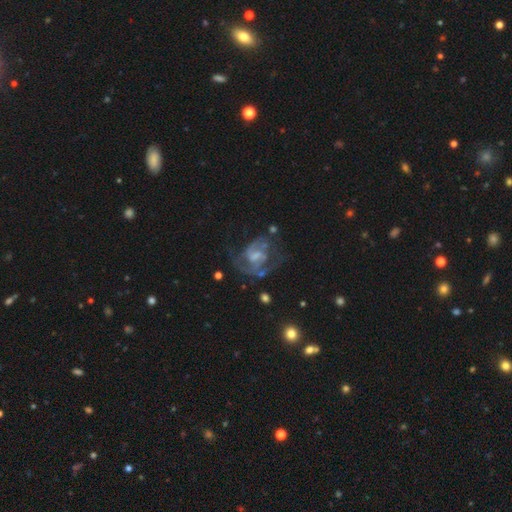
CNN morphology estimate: A featured or disk galaxy (80%) with a weak bar (48%), 2 (59%) medium (50%) spiral arms (86%) and a small central bulge (34%).

Vote fractions:
- Smooth or featured? featured or disk: 80% / smooth: 11% / star or artifact: 9%
- Edge-on disk? no: 98% / yes: 2%
- Bar? weak: 48% / no: 38% / strong: 14%
- Spiral arms? yes: 86% / no: 14%
- Spiral winding? medium: 50% / tight: 27% / loose: 23%
- Spiral arm count? 2: 59% / can't tell: 19% / 3: 9% / 1: 8% / 4: 3% / more than 4: 2%
- Bulge size? small: 34% / moderate: 31% / none: 27% / large: 6% / dominant: 1%
- Merging? none: 47% / major disturbance: 28% / minor disturbance: 20% / merger: 5%